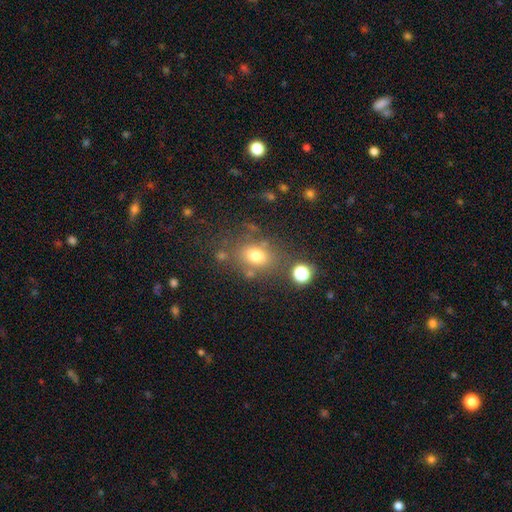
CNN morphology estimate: Smooth or featured: smooth — 72% (star or artifact — 15%)
How rounded: in between — 54% (round — 44%)
Merging: none — 68% (minor disturbance — 15%)